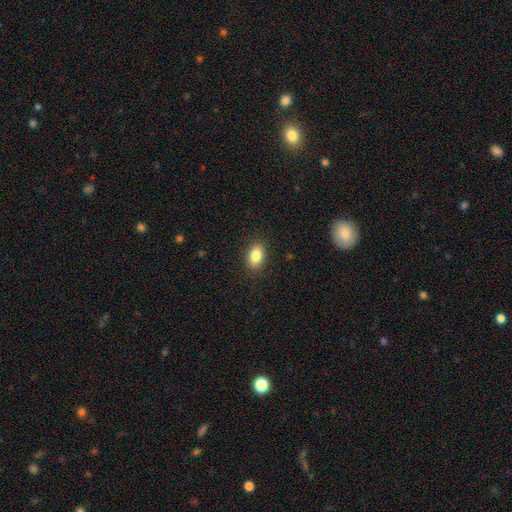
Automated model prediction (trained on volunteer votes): This is clearly a smooth galaxy (86%). How rounded: clearly in between (88%). Merging: clearly none (88%).